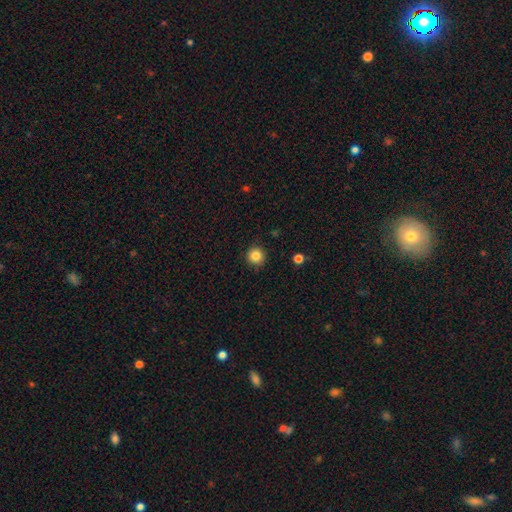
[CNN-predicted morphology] smooth-or-featured: smooth: 84% | star or artifact: 11% | featured or disk: 5%
  how-rounded: round: 95% | in between: 5% | cigar-shaped: 1%
  merging: none: 91% | minor disturbance: 6% | major disturbance: 2% | merger: 1%